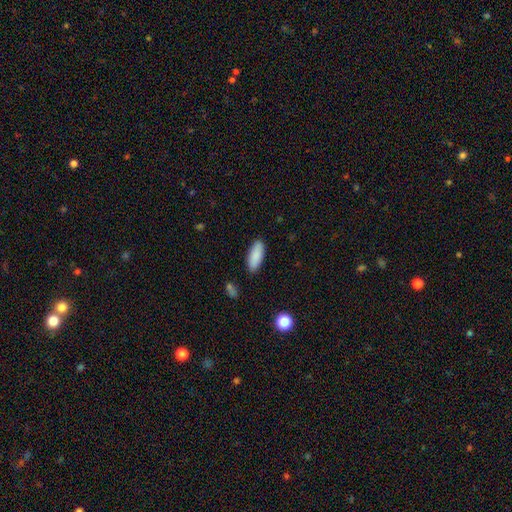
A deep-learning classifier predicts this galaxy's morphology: type=smooth (88%); roundness=in between (78%); merging=none (88%).